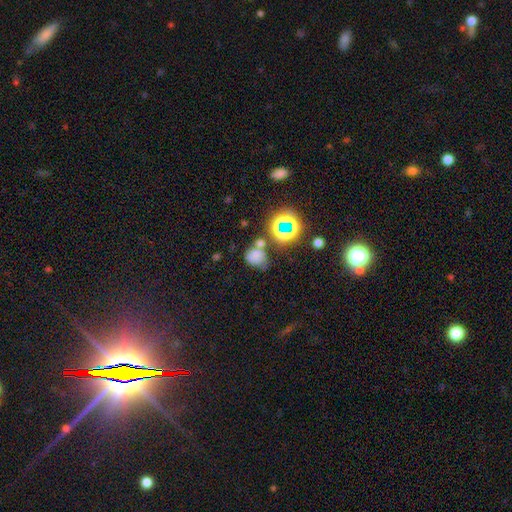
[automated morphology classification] Smooth or featured?
  - smooth: 64% *
  - star or artifact: 24%
  - featured or disk: 12%
How rounded?
  - round: 64% *
  - in between: 35%
  - cigar-shaped: 1%
Merging?
  - none: 44% *
  - merger: 22%
  - minor disturbance: 22%
  - major disturbance: 12%